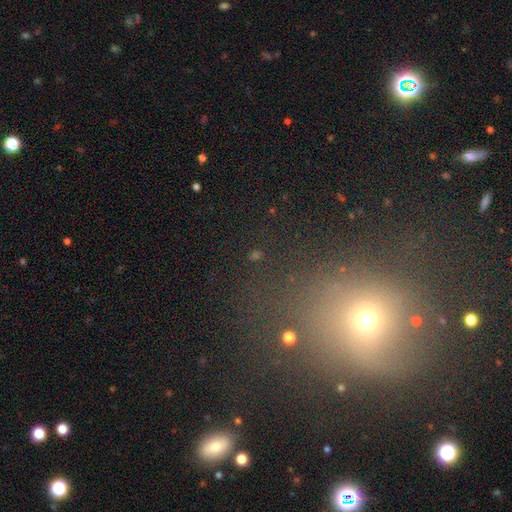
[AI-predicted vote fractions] A star or artifact, not a galaxy (53%).

Vote fractions:
- Smooth or featured? star or artifact: 53% / smooth: 34% / featured or disk: 13%